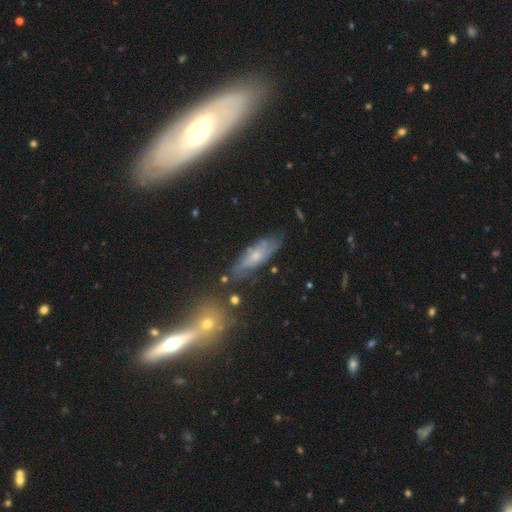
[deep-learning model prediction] A featured or disk galaxy (55%).

Vote fractions:
- Smooth or featured? featured or disk: 55% / smooth: 36% / star or artifact: 9%
- Edge-on disk? no: 69% / yes: 31%
- Merging? none: 70% / minor disturbance: 21% / major disturbance: 6% / merger: 3%